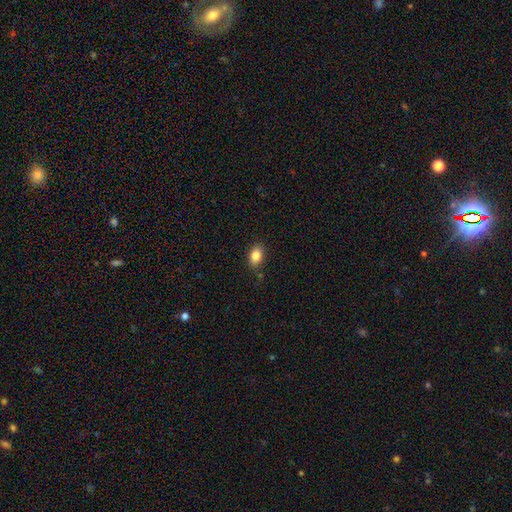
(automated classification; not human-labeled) Smooth or featured? Predicted: smooth (p=0.84). How rounded? Predicted: in between (p=0.83). Merging? Predicted: none (p=0.83).